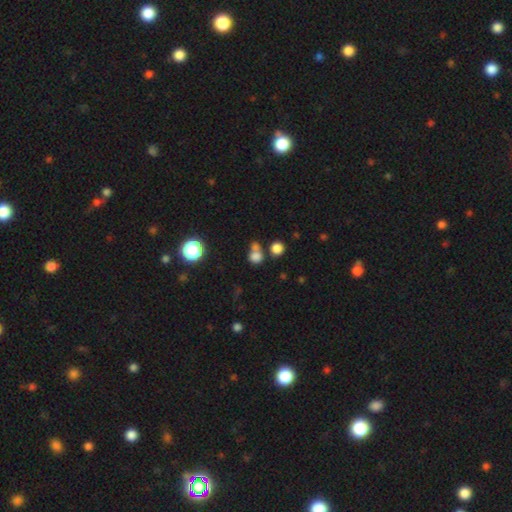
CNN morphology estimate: Smooth or featured?
  - smooth: 76% *
  - star or artifact: 15%
  - featured or disk: 8%
How rounded?
  - round: 79% *
  - in between: 19%
  - cigar-shaped: 1%
Merging?
  - none: 44% *
  - merger: 41%
  - minor disturbance: 9%
  - major disturbance: 5%